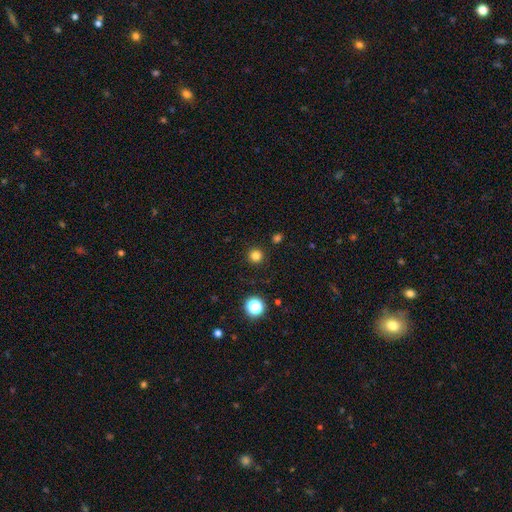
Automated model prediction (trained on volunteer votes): Smooth or featured? smooth (81%)
How rounded? round (95%)
Merging? none (91%)